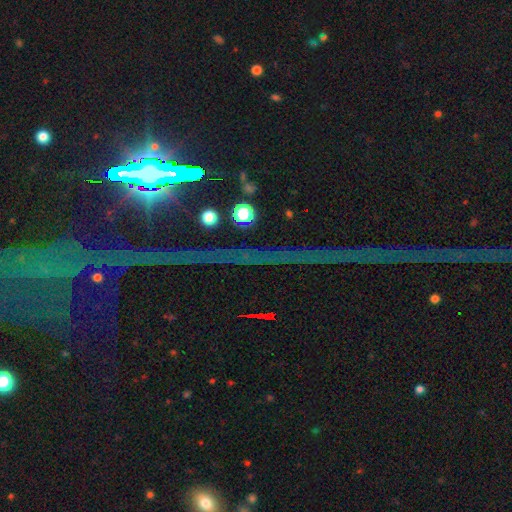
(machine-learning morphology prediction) Smooth or featured? Predicted: star or artifact (p=0.81).